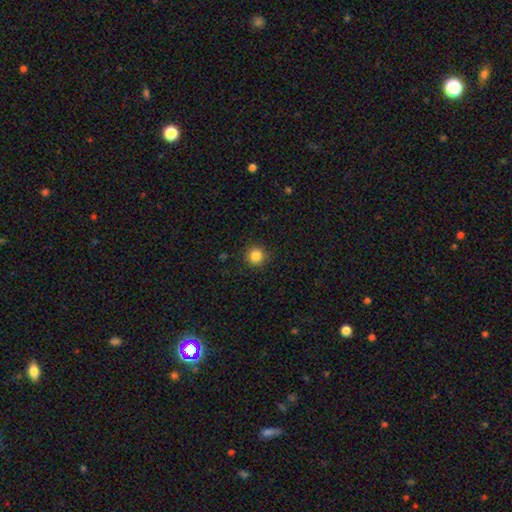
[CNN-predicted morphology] type=smooth (85%); roundness=round (95%); merging=none (91%).